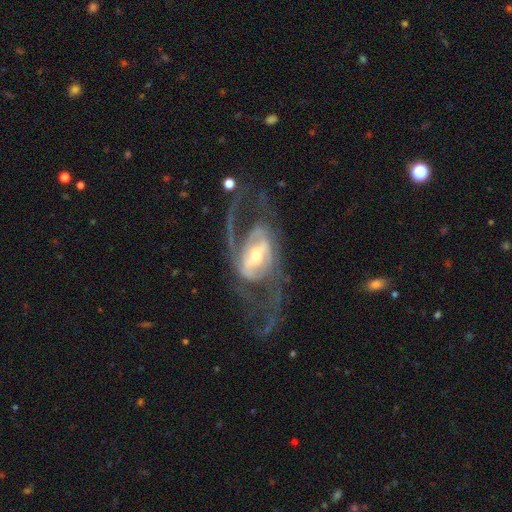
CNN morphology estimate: This is clearly a featured or disk galaxy (89%). It is clearly not viewed edge-on (96%). Bar: marginally strong (45%). Spiral arm pattern: clearly yes (93%). Spiral arm count: likely 2 (79%). Spiral winding: marginally medium (45%). Central bulge: possibly moderate (53%). Merging: possibly none (54%).